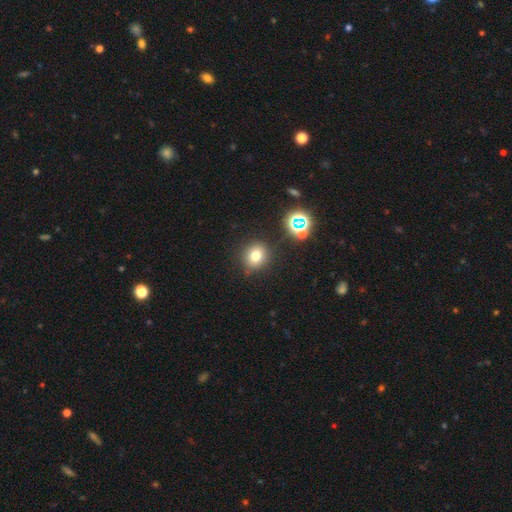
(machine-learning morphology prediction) A smooth galaxy with no disk features (72%) that is round (84%). Merging: none (84%).